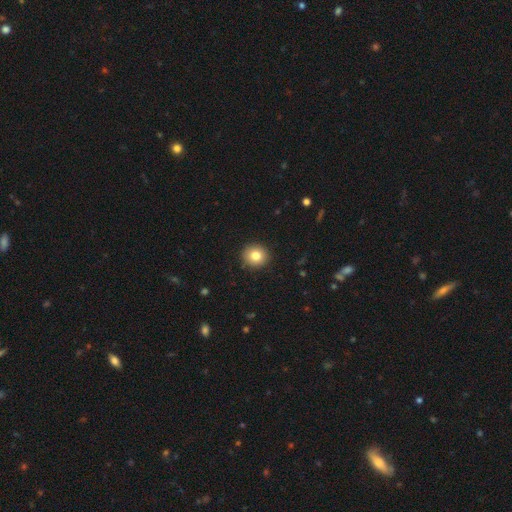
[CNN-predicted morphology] The model was most divided on "smooth or featured": smooth: 82%, star or artifact: 10%, featured or disk: 9%. More confident: merging — none (92%); how rounded — round (89%).